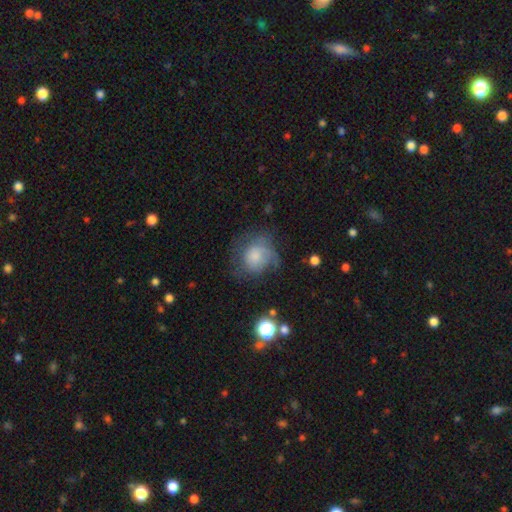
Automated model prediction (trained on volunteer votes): A smooth galaxy with no disk features (53%) that is round (71%).

Vote fractions:
- Smooth or featured? smooth: 53% / featured or disk: 36% / star or artifact: 11%
- How rounded? round: 71% / in between: 28% / cigar-shaped: 1%
- Merging? none: 43% / major disturbance: 28% / minor disturbance: 27% / merger: 2%